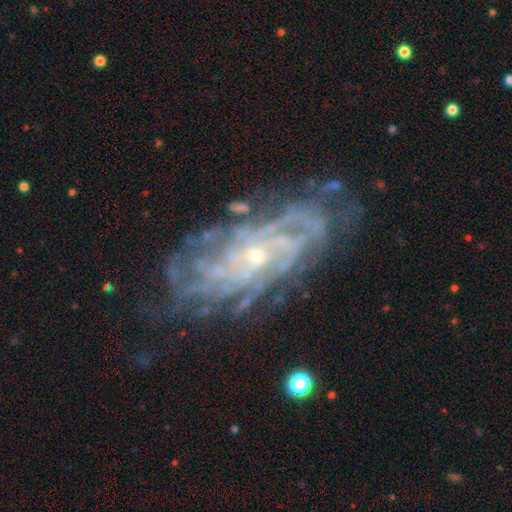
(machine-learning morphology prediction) featured or disk 89%, star or artifact 6%, smooth 5%. Down the decision tree: edge-on disk — no (94%); bar — no (73%); spiral arms — yes (97%); spiral arm count — can't tell (32%); spiral winding — tight (75%); bulge size — small (79%); merging — none (74%).